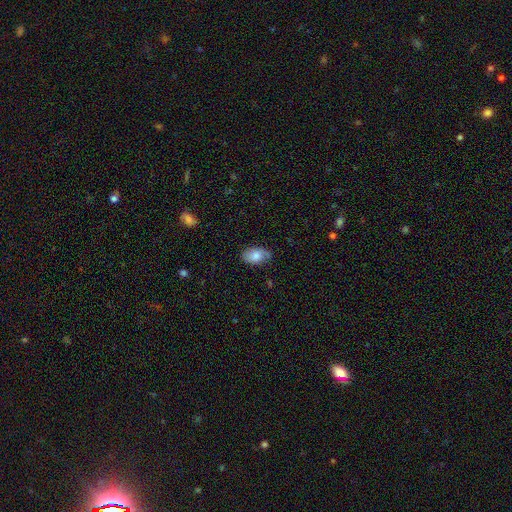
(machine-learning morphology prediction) smooth 74%, featured or disk 19%, star or artifact 7%. Down the decision tree: how rounded — in between (92%); merging — none (74%).